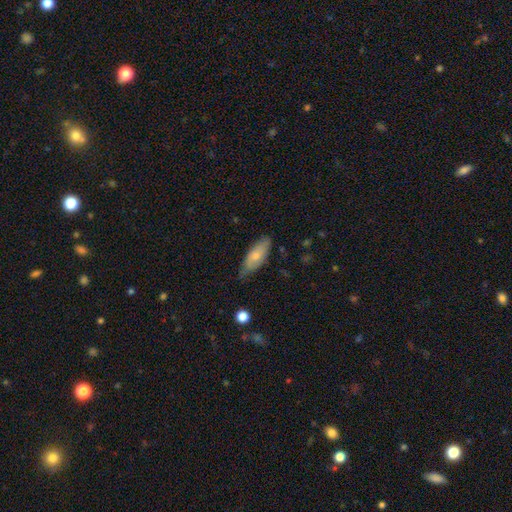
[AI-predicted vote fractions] The model was most divided on "merging": none: 66%, minor disturbance: 28%, major disturbance: 4%, merger: 2%. More confident: how rounded — in between (73%); smooth or featured — smooth (71%).